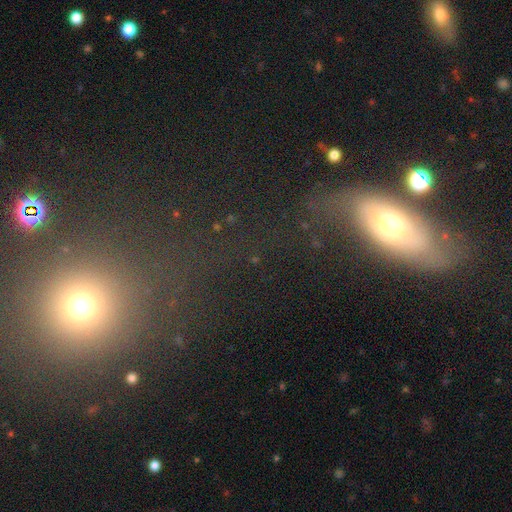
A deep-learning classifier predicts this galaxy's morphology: smooth-or-featured: smooth: 43% | featured or disk: 32% | star or artifact: 25%
  merging: none: 50% | major disturbance: 23% | minor disturbance: 16% | merger: 10%